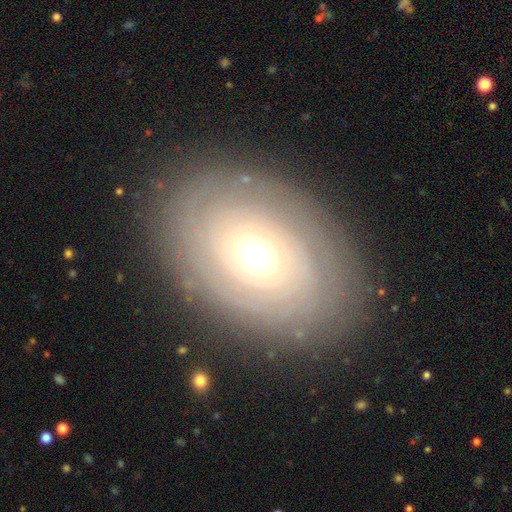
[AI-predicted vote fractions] Smooth or featured?
  - featured or disk: 65% *
  - smooth: 27%
  - star or artifact: 8%
Edge-on disk?
  - no: 94% *
  - yes: 6%
Bar?
  - no: 86% *
  - weak: 11%
  - strong: 4%
Spiral arms?
  - yes: 68% *
  - no: 32%
Bulge size?
  - moderate: 60% *
  - small: 22%
  - large: 14%
  - dominant: 3%
  - none: 1%
Merging?
  - none: 79% *
  - minor disturbance: 13%
  - major disturbance: 6%
  - merger: 2%